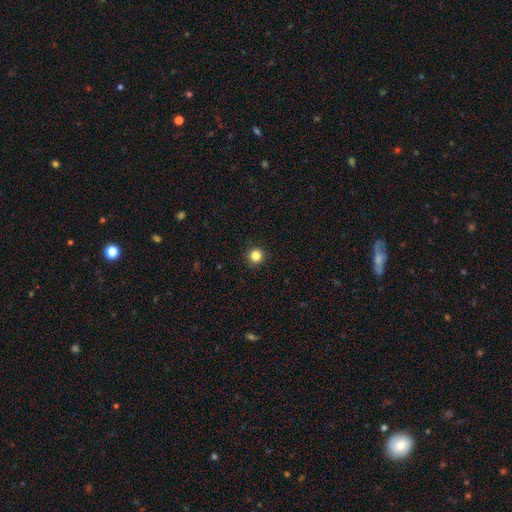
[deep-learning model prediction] Smooth or featured? Predicted: smooth (p=0.84). How rounded? Predicted: round (p=0.95). Merging? Predicted: none (p=0.93).